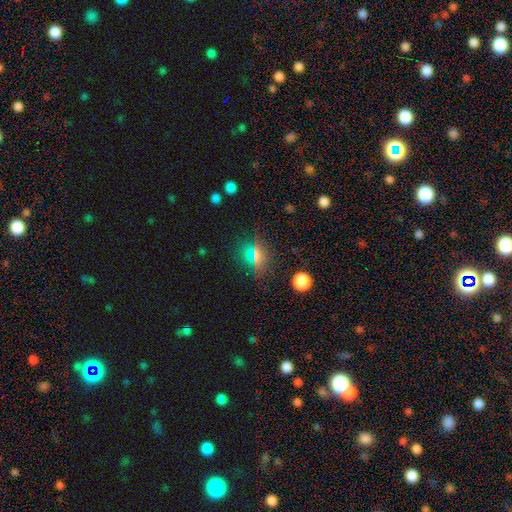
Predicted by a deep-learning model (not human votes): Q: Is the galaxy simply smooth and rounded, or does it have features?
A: smooth — 49%.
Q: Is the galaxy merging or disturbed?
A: none — 82%.